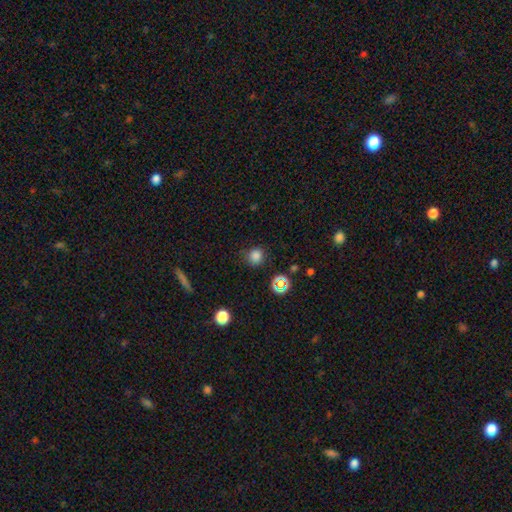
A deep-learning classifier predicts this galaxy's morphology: Smooth or featured? Predicted: smooth (p=0.79). How rounded? Predicted: round (p=0.88). Merging? Predicted: none (p=0.81).